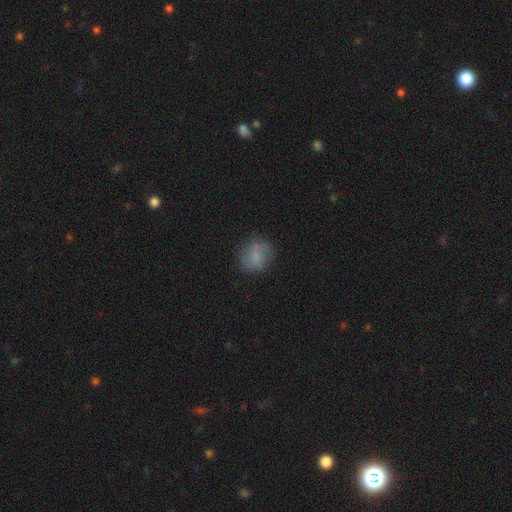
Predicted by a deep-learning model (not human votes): Smooth or featured? Predicted: smooth (p=0.66). How rounded? Predicted: round (p=0.68). Merging? Predicted: none (p=0.68).